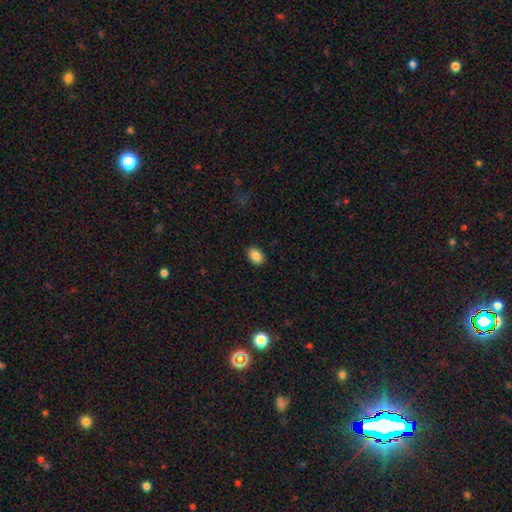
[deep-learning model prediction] The model was most divided on "how rounded": in between: 82%, round: 17%, cigar-shaped: 1%. More confident: merging — none (89%); smooth or featured — smooth (86%).